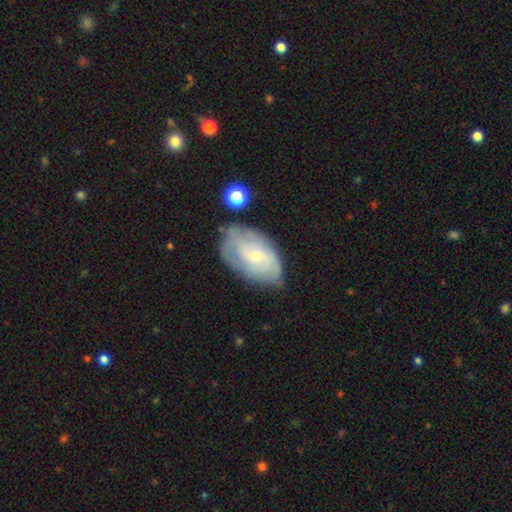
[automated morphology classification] Smooth or featured? Predicted: featured or disk (p=0.63). Edge-on disk? Predicted: no (p=0.95). Bar? Predicted: no (p=0.68). Spiral arms? Predicted: yes (p=0.80). Bulge size? Predicted: small (p=0.76). Merging? Predicted: none (p=0.60).